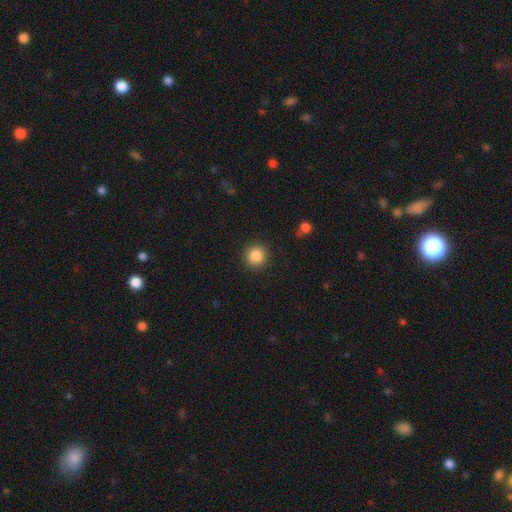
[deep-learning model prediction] Morphology: type=smooth (87%); roundness=round (94%); merging=none (91%).